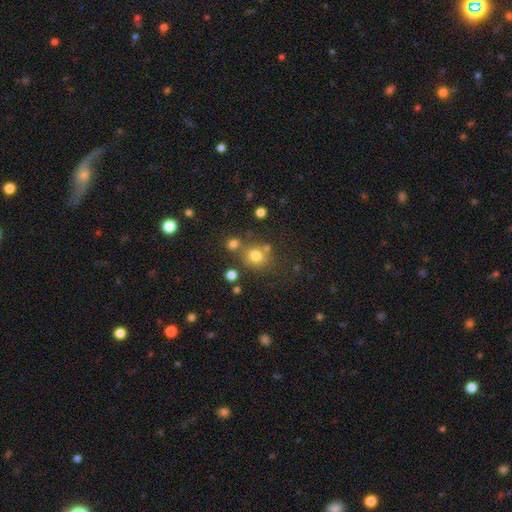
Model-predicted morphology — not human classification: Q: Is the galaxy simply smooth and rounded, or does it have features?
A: smooth — 74%.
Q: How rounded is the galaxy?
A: round — 84%.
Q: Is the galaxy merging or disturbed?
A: none — 66%.